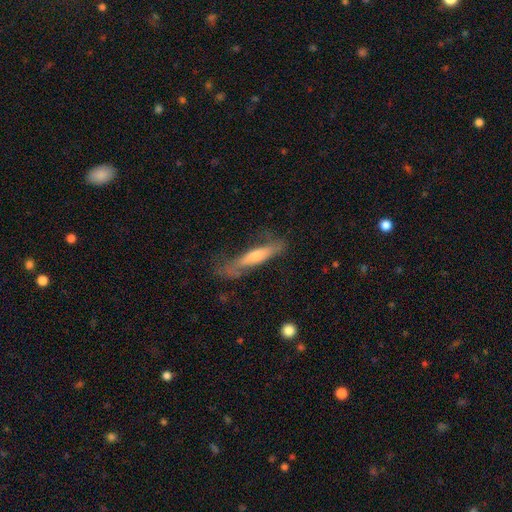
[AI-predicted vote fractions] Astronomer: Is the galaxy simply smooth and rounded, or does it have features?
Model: featured or disk — 53% (runner-up: smooth, 39%).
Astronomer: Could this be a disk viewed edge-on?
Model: yes — 69%.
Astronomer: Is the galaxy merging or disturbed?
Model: none — 58%.